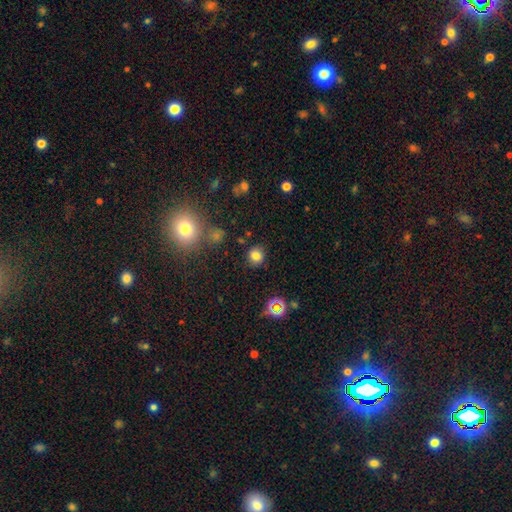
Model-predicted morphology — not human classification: Smooth or featured? Predicted: smooth (p=0.79). How rounded? Predicted: round (p=0.85). Merging? Predicted: none (p=0.86).